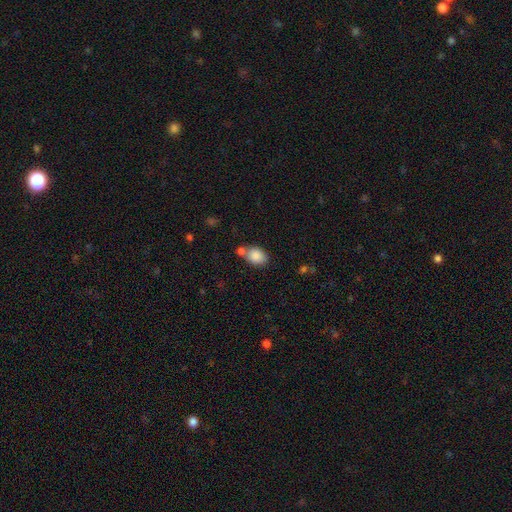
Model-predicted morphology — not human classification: The model was most divided on "merging": none: 59%, merger: 22%, minor disturbance: 14%, major disturbance: 4%. More confident: smooth or featured — smooth (86%); how rounded — in between (74%).